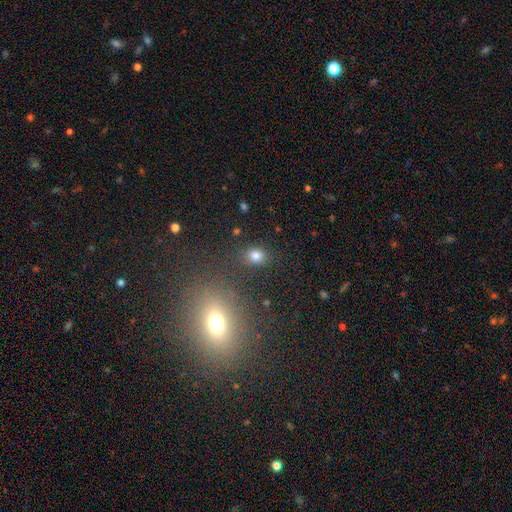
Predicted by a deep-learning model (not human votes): A smooth galaxy with no disk features (80%) that is round (54%).

Vote fractions:
- Smooth or featured? smooth: 80% / star or artifact: 14% / featured or disk: 6%
- How rounded? round: 54% / in between: 44% / cigar-shaped: 1%
- Merging? none: 82% / minor disturbance: 10% / merger: 4% / major disturbance: 4%